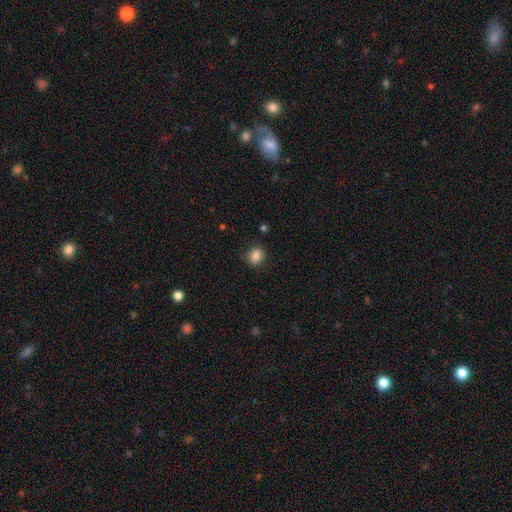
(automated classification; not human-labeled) This appears to be a smooth galaxy with no disk features (86%) that is round (66%). Merging: none (84%).